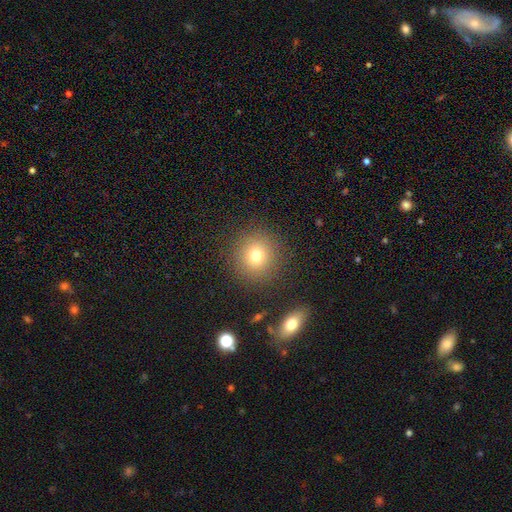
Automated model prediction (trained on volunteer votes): Smooth or featured?
  - smooth: 75% *
  - star or artifact: 15%
  - featured or disk: 11%
How rounded?
  - round: 93% *
  - in between: 6%
  - cigar-shaped: 1%
Merging?
  - none: 88% *
  - minor disturbance: 7%
  - major disturbance: 3%
  - merger: 2%